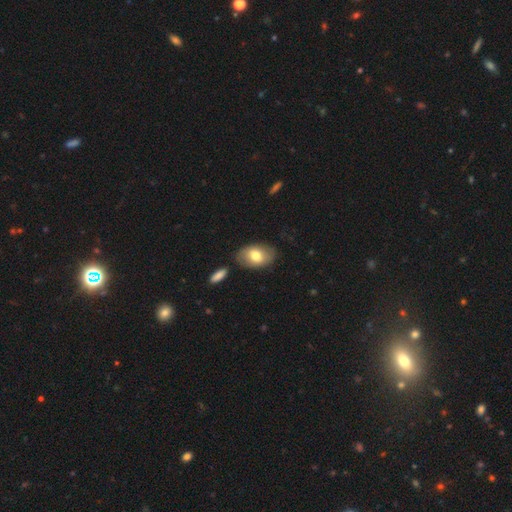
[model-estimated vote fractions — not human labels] smooth_or_featured: smooth (p=0.71) [alt: featured or disk p=0.23]
how_rounded: in between (p=0.88) [alt: round p=0.11]
merging: none (p=0.79) [alt: minor disturbance p=0.13]